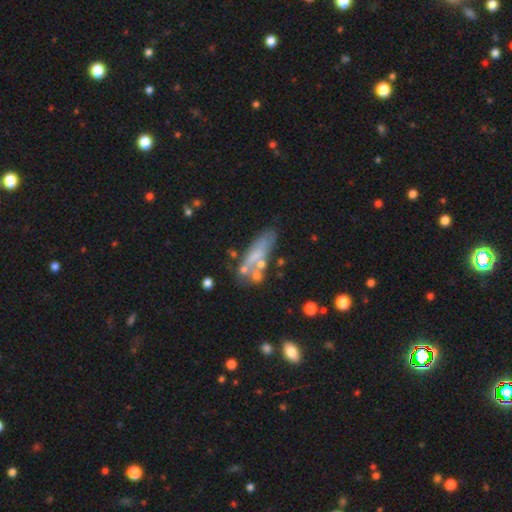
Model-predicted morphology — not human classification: A smooth galaxy with no disk features (48%). Merging: none (47%).